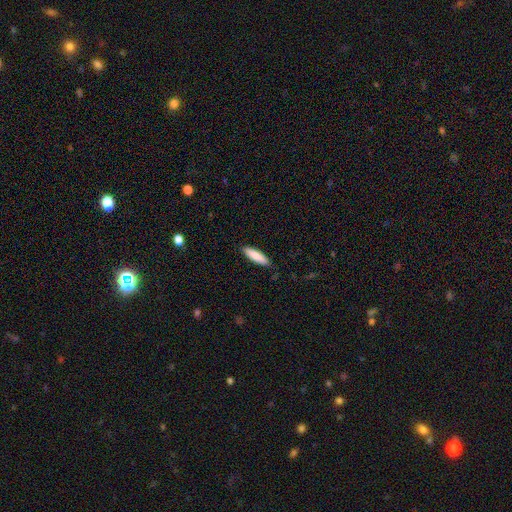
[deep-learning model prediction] The model was most divided on "how rounded": cigar-shaped: 67%, in between: 32%, round: 1%. More confident: merging — none (88%); smooth or featured — smooth (84%).